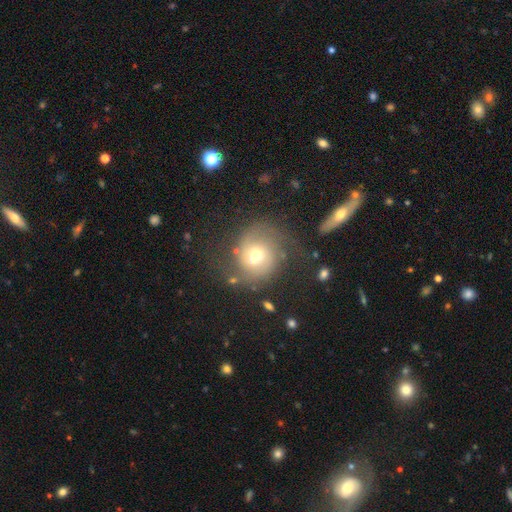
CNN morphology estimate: Smooth or featured? featured or disk (61%)
Edge-on disk? no (97%)
Bar? no (62%)
Spiral arms? yes (84%)
Bulge size? moderate (62%)
Merging? none (60%)